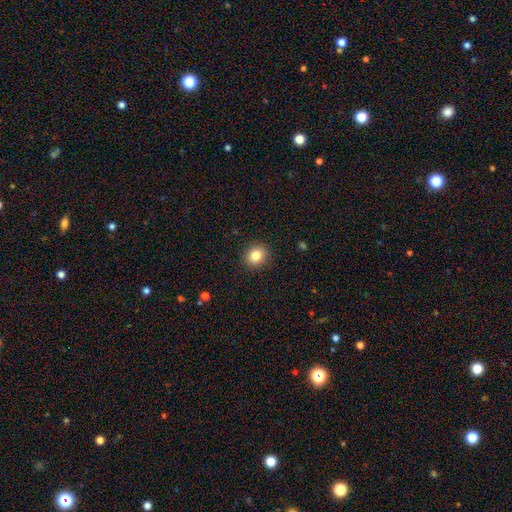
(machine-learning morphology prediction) Smooth or featured?
  - smooth: 83% *
  - star or artifact: 11%
  - featured or disk: 6%
How rounded?
  - round: 83% *
  - in between: 16%
  - cigar-shaped: 1%
Merging?
  - none: 91% *
  - minor disturbance: 6%
  - major disturbance: 2%
  - merger: 1%